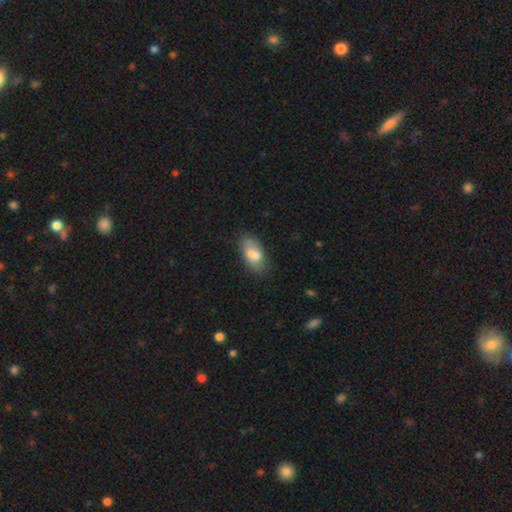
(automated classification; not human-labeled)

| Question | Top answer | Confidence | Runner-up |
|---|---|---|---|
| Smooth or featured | smooth | 69% | featured or disk (23%) |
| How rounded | in between | 90% | round (6%) |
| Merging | none | 48% | minor disturbance (23%) |